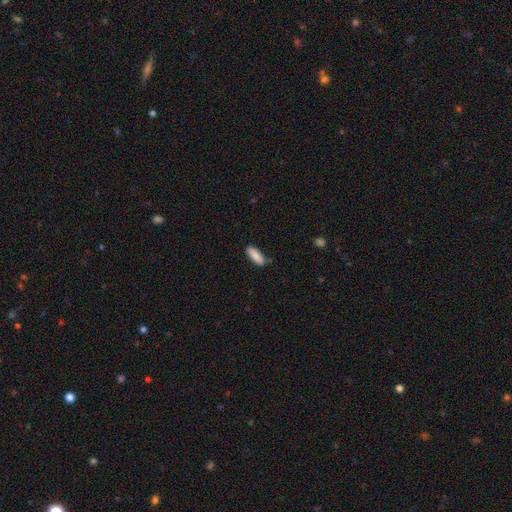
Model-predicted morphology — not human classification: A smooth galaxy with no disk features (85%) that is in between round and cigar-shaped (57%). Merging: none (81%).